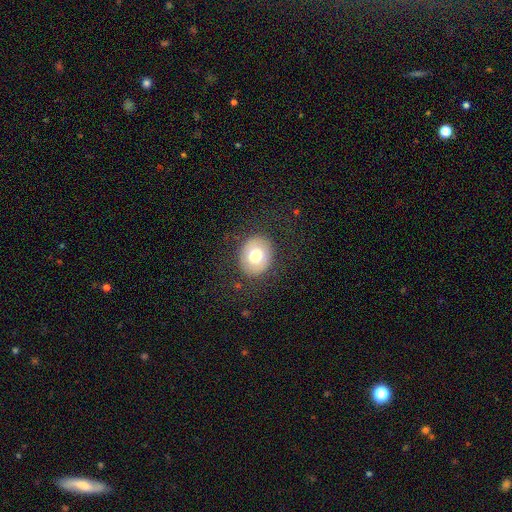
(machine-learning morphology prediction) A smooth galaxy with no disk features (71%) that is round (56%). Merging: none (84%).